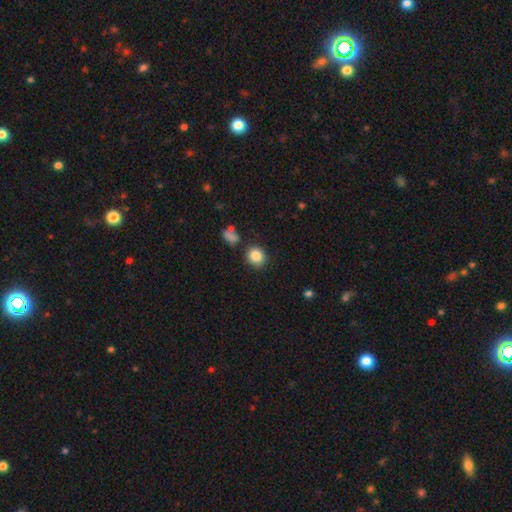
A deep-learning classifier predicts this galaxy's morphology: Overall: smooth (85%). How rounded: round (78%). Merging: none (82%).